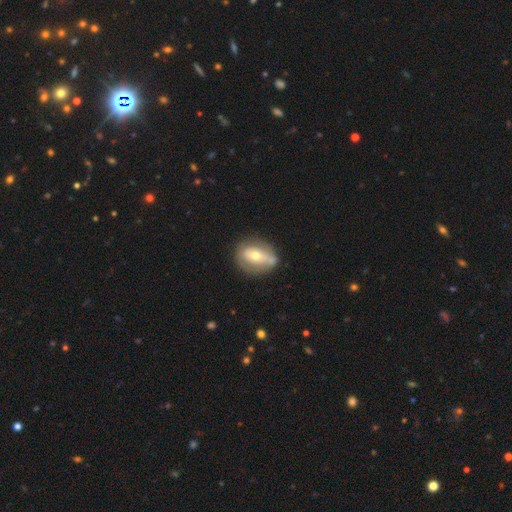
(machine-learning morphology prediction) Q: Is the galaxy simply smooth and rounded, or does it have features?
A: featured or disk — 47%, tied with smooth.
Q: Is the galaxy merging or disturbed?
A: none — 56%.